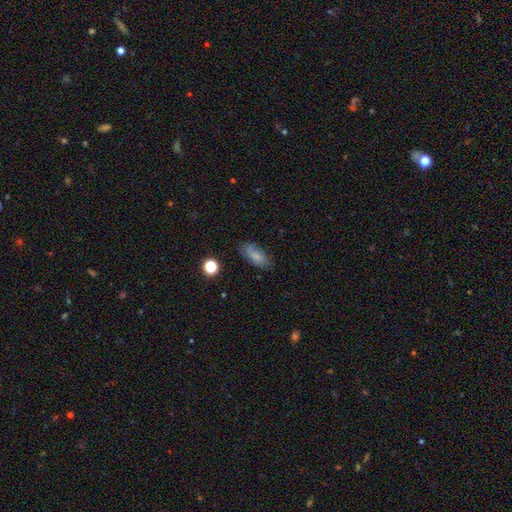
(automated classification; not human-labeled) A smooth galaxy with no disk features (76%) that is in between round and cigar-shaped (83%). Merging: none (73%).